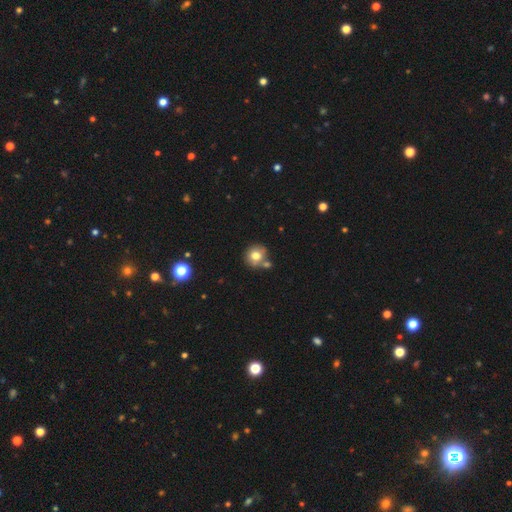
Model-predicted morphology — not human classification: A smooth galaxy with no disk features (75%) that is round (87%).

Vote fractions:
- Smooth or featured? smooth: 75% / featured or disk: 15% / star or artifact: 11%
- How rounded? round: 87% / in between: 12% / cigar-shaped: 1%
- Merging? none: 62% / merger: 21% / minor disturbance: 13% / major disturbance: 4%